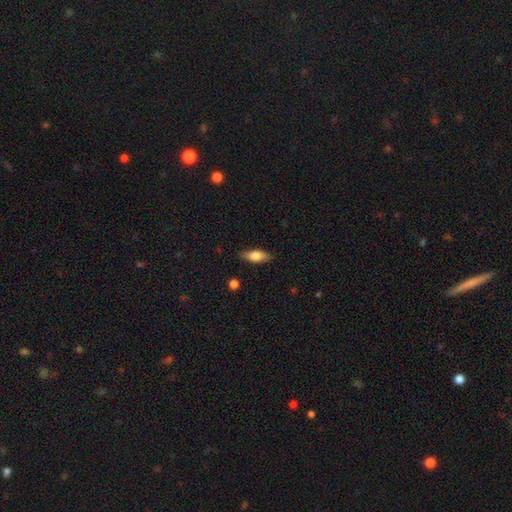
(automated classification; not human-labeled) A smooth galaxy with no disk features (62%) that is in between round and cigar-shaped (68%). Merging: none (85%).